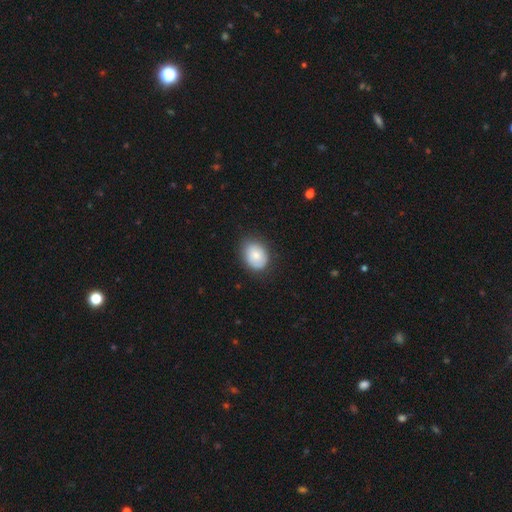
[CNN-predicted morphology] This appears to be a smooth galaxy with no disk features (78%) that is in between round and cigar-shaped (61%). Merging: none (76%).